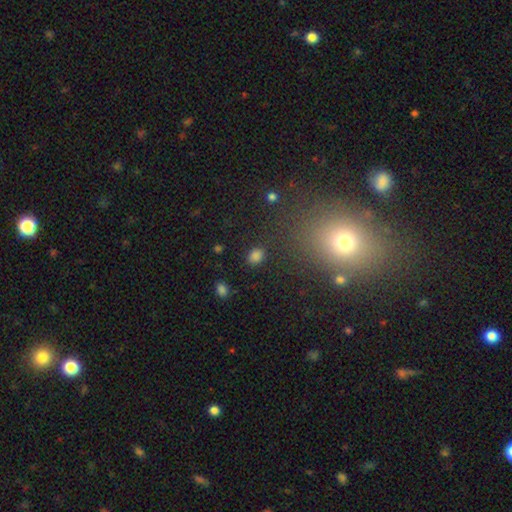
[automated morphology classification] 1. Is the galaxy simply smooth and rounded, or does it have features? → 81% smooth, 14% star or artifact, 5% featured or disk.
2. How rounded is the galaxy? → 57% in between, 41% round, 2% cigar-shaped.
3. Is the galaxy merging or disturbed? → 82% none, 11% minor disturbance, 4% major disturbance, 2% merger.